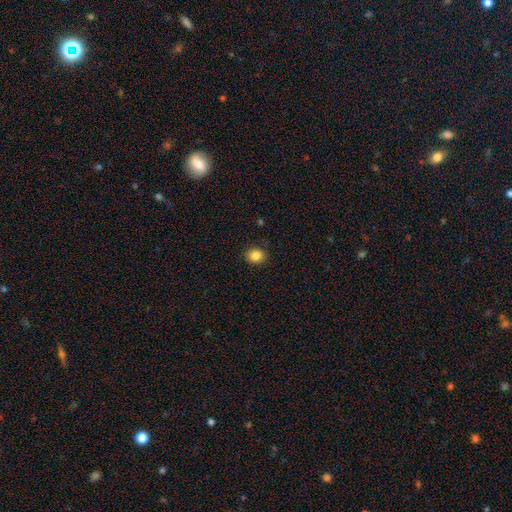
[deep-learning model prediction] Smooth or featured?
  - smooth: 85% *
  - star or artifact: 10%
  - featured or disk: 5%
How rounded?
  - round: 62% *
  - in between: 37%
  - cigar-shaped: 1%
Merging?
  - none: 89% *
  - minor disturbance: 8%
  - major disturbance: 2%
  - merger: 1%